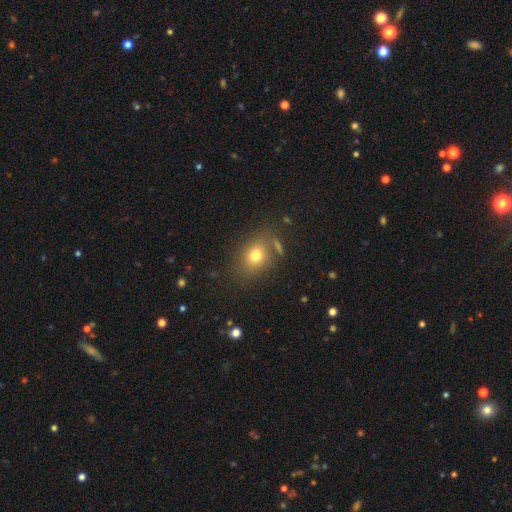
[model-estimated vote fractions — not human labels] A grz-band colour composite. It shows a smooth galaxy with no disk features (74%) that is round (50%). Merging: none (73%).